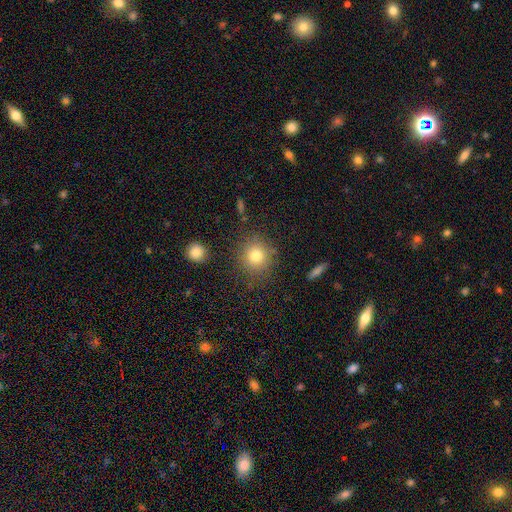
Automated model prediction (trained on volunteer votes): Smooth or featured? smooth (81%)
How rounded? round (86%)
Merging? none (83%)